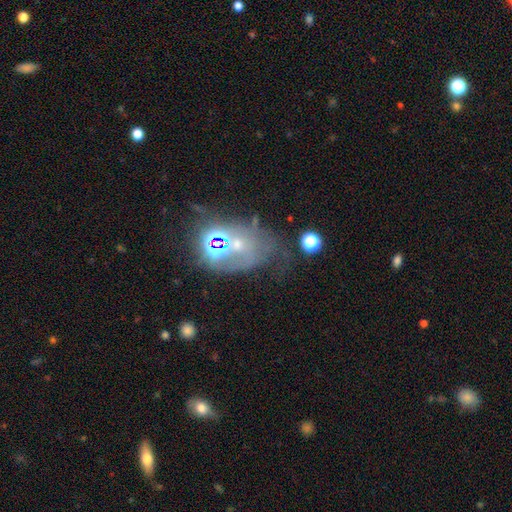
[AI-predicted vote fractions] Smooth or featured: featured or disk — 48% (star or artifact — 27%)
Merging: none — 36% (merger — 28%)